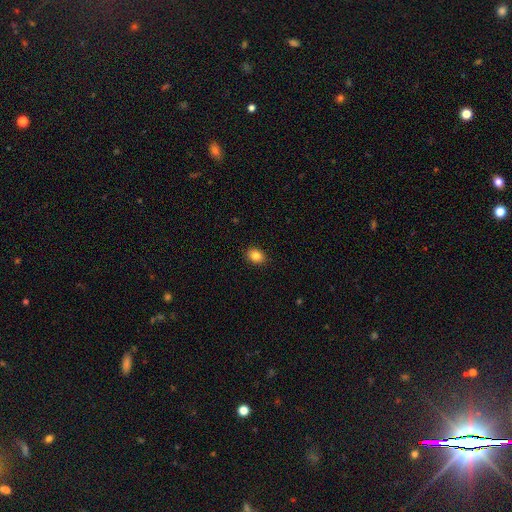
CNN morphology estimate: A smooth galaxy with no disk features (85%) that is in between round and cigar-shaped (60%). Merging: none (90%).